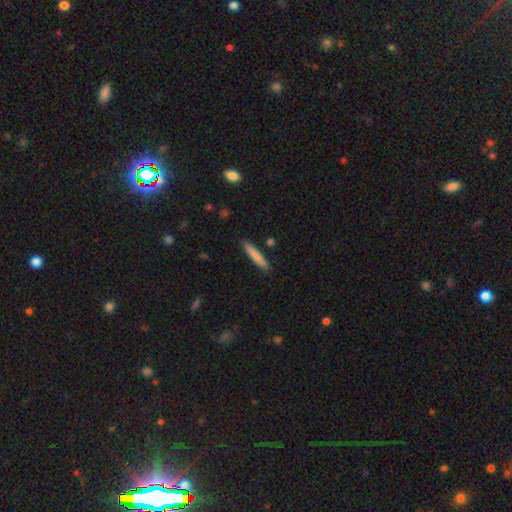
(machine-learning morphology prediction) Smooth or featured? Predicted: smooth (p=0.79). How rounded? Predicted: cigar-shaped (p=0.92). Merging? Predicted: none (p=0.89).